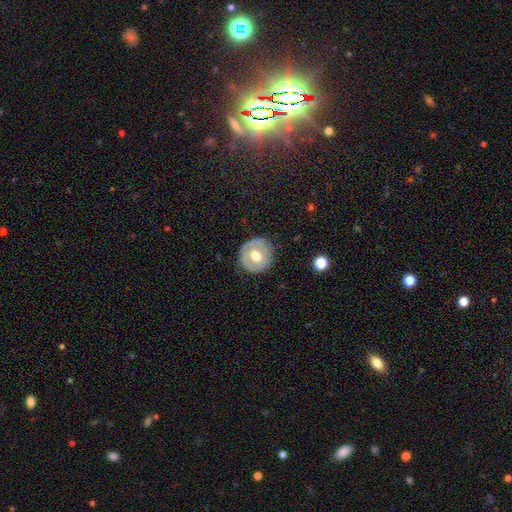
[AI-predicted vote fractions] smooth-or-featured: smooth: 49% | featured or disk: 45% | star or artifact: 6%
  merging: none: 85% | minor disturbance: 11% | major disturbance: 3% | merger: 1%